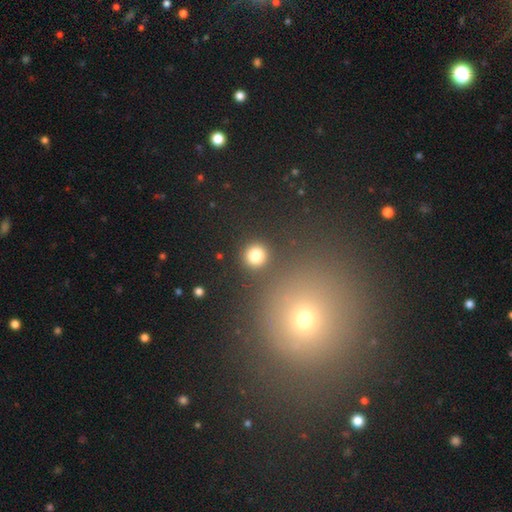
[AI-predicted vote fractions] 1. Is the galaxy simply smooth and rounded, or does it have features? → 80% smooth, 15% star or artifact, 5% featured or disk.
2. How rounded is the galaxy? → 90% round, 9% in between, 1% cigar-shaped.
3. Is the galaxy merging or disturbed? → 88% none, 6% minor disturbance, 3% merger, 3% major disturbance.